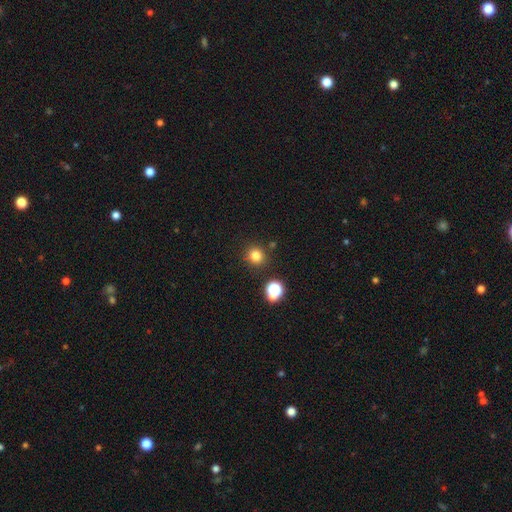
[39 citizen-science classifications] Morphology: type=smooth (87%); roundness=round (97%); merging=none (86%).